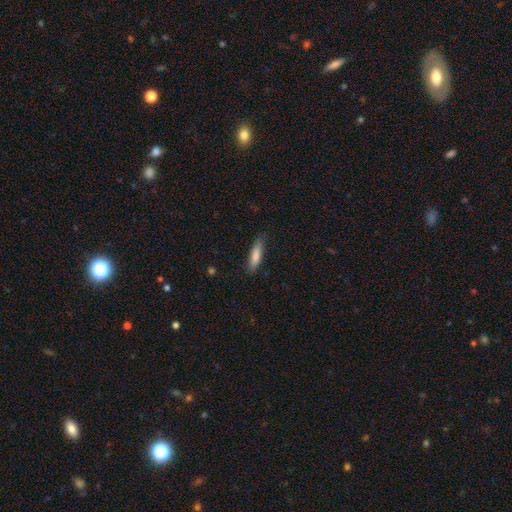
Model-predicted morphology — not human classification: Overall: smooth (83%). How rounded: cigar-shaped (67%; in between 32%). Merging: none (77%).